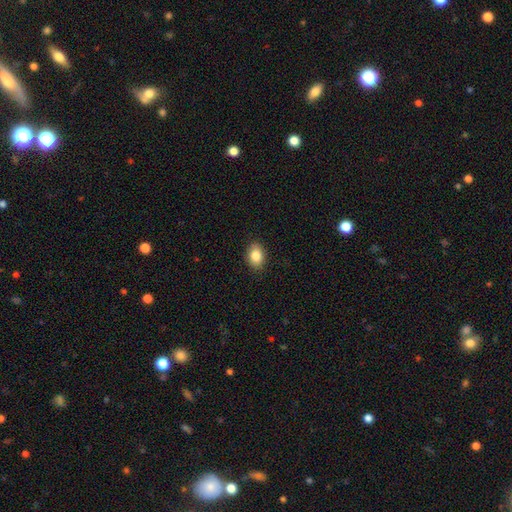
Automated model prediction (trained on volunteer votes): Smooth or featured? Predicted: smooth (p=0.85). How rounded? Predicted: in between (p=0.78). Merging? Predicted: none (p=0.89).